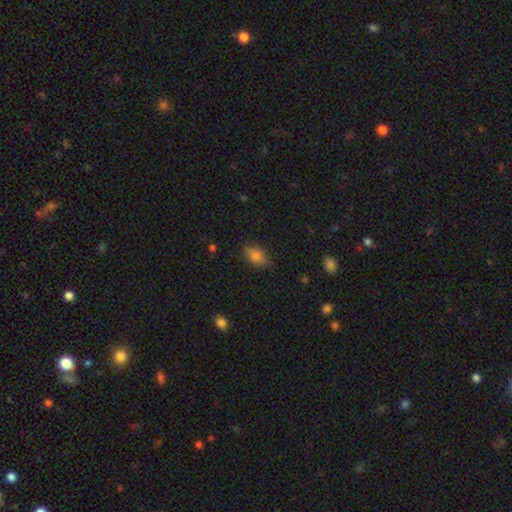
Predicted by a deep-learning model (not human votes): Smooth or featured: smooth — 76% (featured or disk — 13%)
How rounded: in between — 85% (round — 9%)
Merging: none — 76% (minor disturbance — 19%)